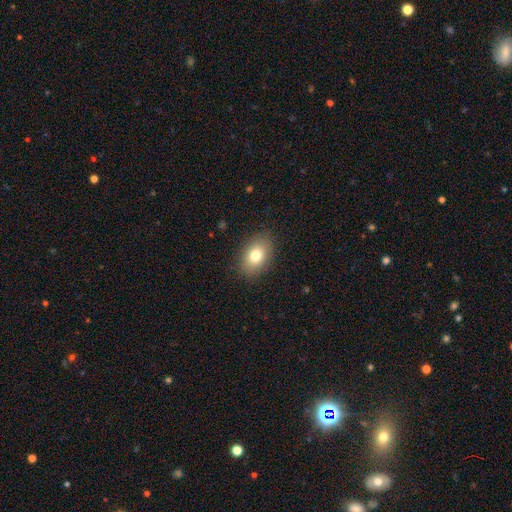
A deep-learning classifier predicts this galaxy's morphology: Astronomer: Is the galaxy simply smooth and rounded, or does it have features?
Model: smooth — 78%.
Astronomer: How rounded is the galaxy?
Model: in between — 83%.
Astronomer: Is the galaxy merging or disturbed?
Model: none — 87%.